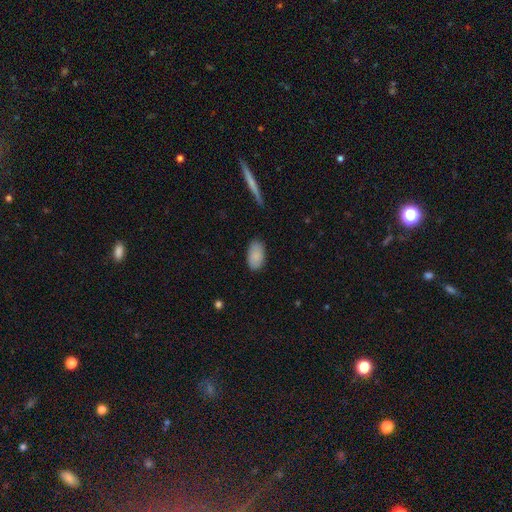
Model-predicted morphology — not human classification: Overall: smooth (87%). How rounded: in between (94%). Merging: none (84%).